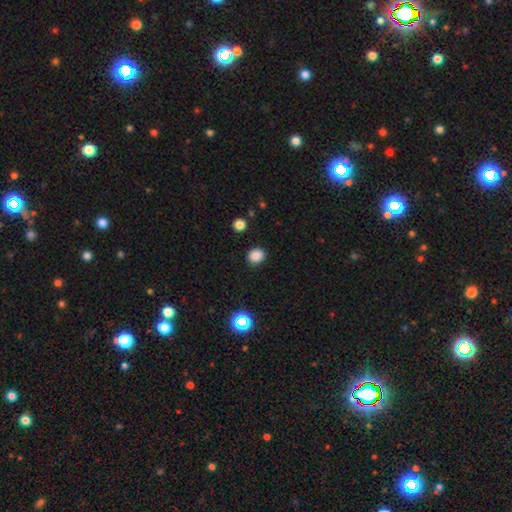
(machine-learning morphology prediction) smooth_or_featured: smooth (p=0.85) [alt: star or artifact p=0.12]
how_rounded: round (p=0.77) [alt: in between p=0.22]
merging: none (p=0.90) [alt: minor disturbance p=0.06]